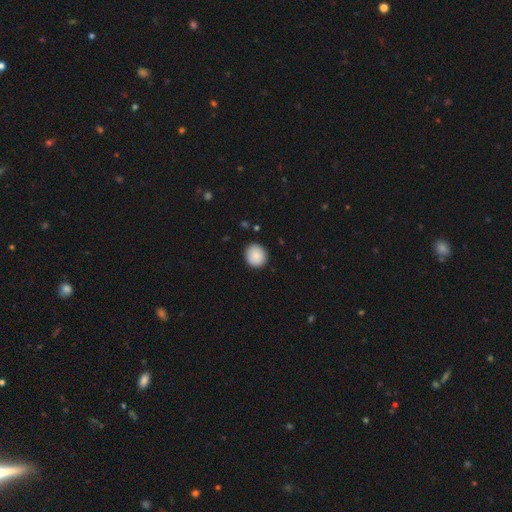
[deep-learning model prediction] smooth 87%, star or artifact 8%, featured or disk 5%. Down the decision tree: how rounded — round (86%); merging — none (90%).